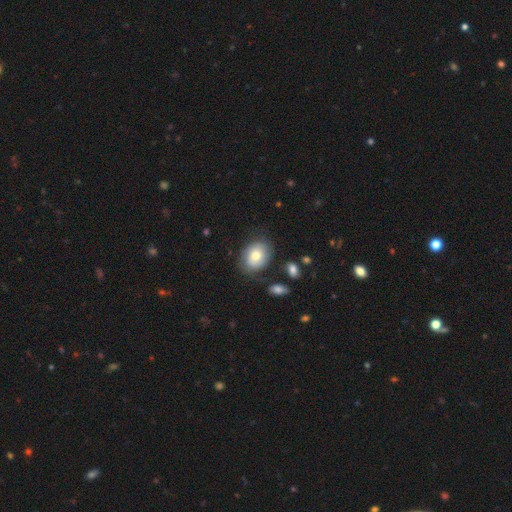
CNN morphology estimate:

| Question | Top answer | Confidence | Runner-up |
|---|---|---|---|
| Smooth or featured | smooth | 72% | featured or disk (20%) |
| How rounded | in between | 62% | round (37%) |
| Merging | none | 74% | minor disturbance (17%) |